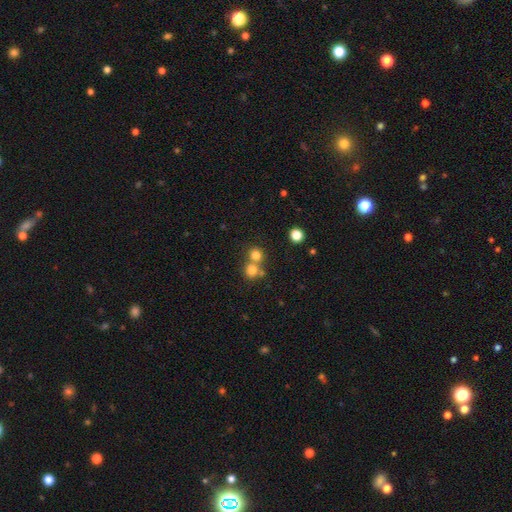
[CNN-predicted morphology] Smooth or featured? smooth (77%)
How rounded? round (88%)
Merging? none (53%)